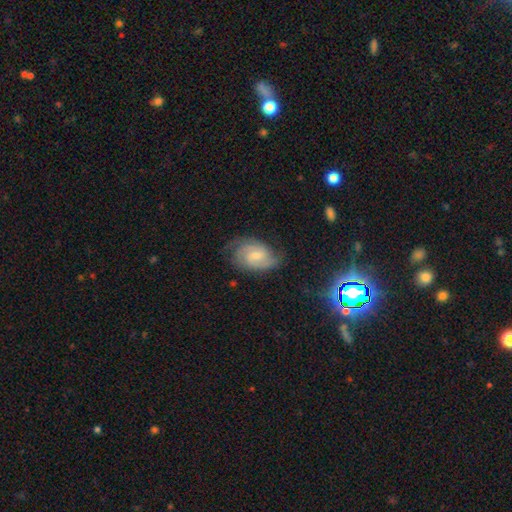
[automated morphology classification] This appears to be a featured or disk galaxy (75%) with a weak bar (52%), 2 (57%) tight (45%) spiral arms (95%) and a small central bulge (49%). Merging: none (67%).